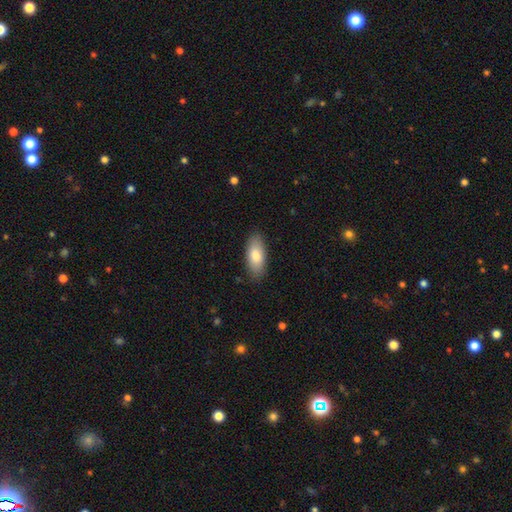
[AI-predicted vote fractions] Smooth or featured?
  - smooth: 80% *
  - featured or disk: 14%
  - star or artifact: 6%
How rounded?
  - in between: 86% *
  - cigar-shaped: 12%
  - round: 2%
Merging?
  - none: 85% *
  - minor disturbance: 11%
  - major disturbance: 2%
  - merger: 1%